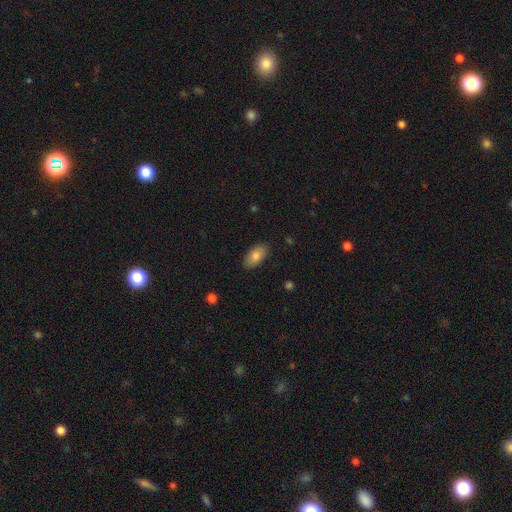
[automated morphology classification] Overall: smooth (82%). How rounded: in between (93%). Merging: none (87%).